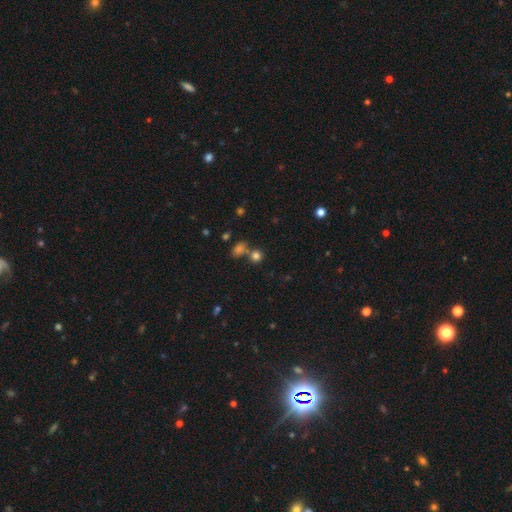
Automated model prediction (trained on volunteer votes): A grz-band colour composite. It shows a smooth galaxy with no disk features (78%) that is round (81%). Merging: none (58%).